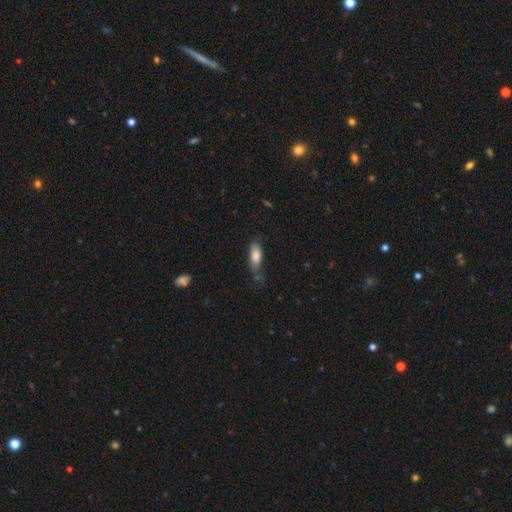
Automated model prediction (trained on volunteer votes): Q: Smooth or featured?
A: smooth (82%); runner-up: featured or disk (11%)
Q: How rounded?
A: in between (77%); runner-up: cigar-shaped (21%)
Q: Merging?
A: none (52%); runner-up: minor disturbance (30%)